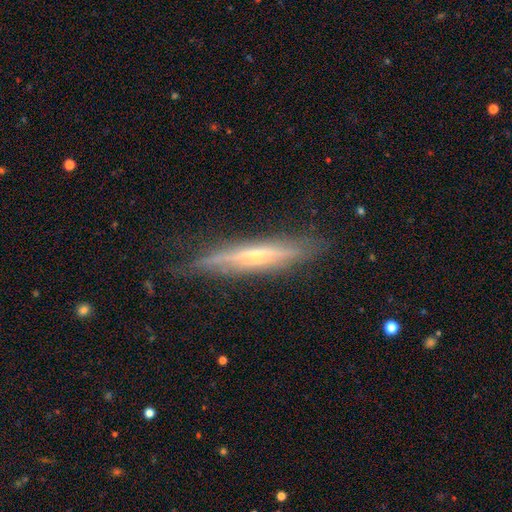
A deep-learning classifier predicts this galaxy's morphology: A featured or disk galaxy (72%) viewed edge-on (93%) with a rounded central bulge (66%).

Vote fractions:
- Smooth or featured? featured or disk: 72% / smooth: 21% / star or artifact: 6%
- Edge-on disk? yes: 93% / no: 7%
- Edge-on bulge? rounded: 66% / none: 28% / boxy: 5%
- Merging? none: 78% / minor disturbance: 17% / major disturbance: 4% / merger: 1%